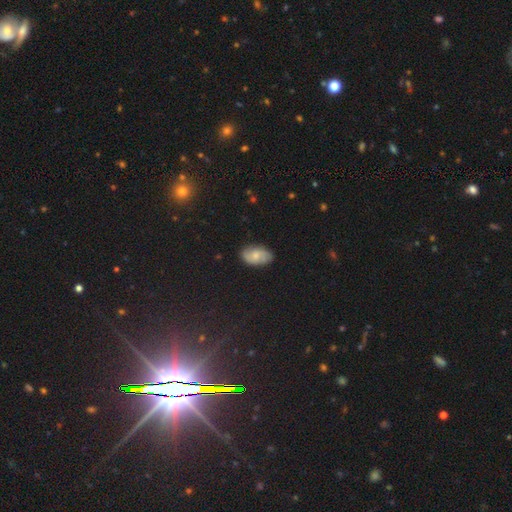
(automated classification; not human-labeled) smooth_or_featured: smooth (p=0.62) [alt: featured or disk p=0.30]
how_rounded: in between (p=0.92) [alt: round p=0.06]
merging: none (p=0.81) [alt: minor disturbance p=0.16]